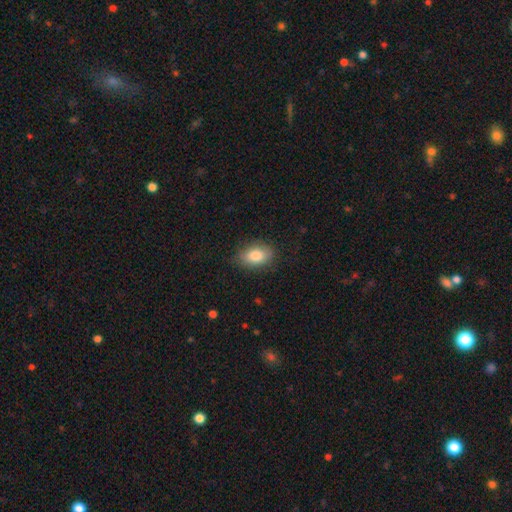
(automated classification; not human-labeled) smooth-or-featured: smooth: 82% | featured or disk: 10% | star or artifact: 8%
  how-rounded: in between: 86% | round: 13% | cigar-shaped: 2%
  merging: none: 79% | minor disturbance: 16% | major disturbance: 4% | merger: 1%